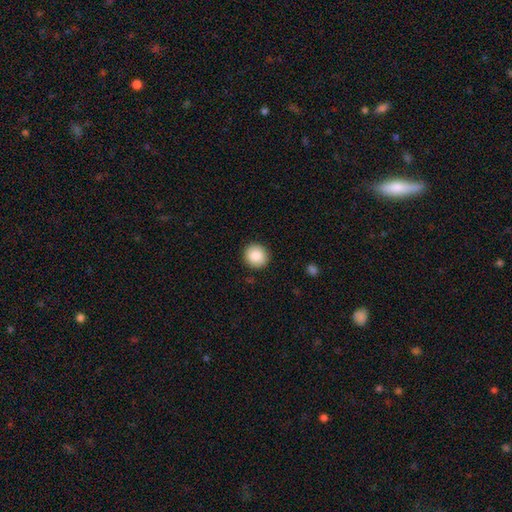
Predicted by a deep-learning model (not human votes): Smooth or featured: smooth — 87% (star or artifact — 8%)
How rounded: round — 88% (in between — 11%)
Merging: none — 91% (minor disturbance — 7%)